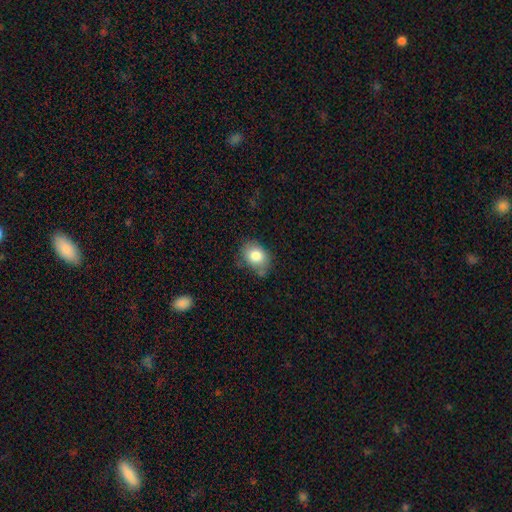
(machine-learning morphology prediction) This appears to be a smooth galaxy with no disk features (81%) that is in between round and cigar-shaped (62%). Merging: none (67%).